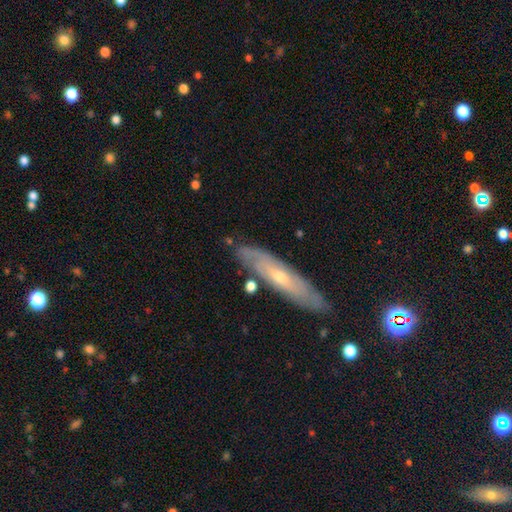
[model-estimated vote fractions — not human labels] Smooth or featured? featured or disk (65%)
Edge-on disk? no (53%)
Merging? none (81%)